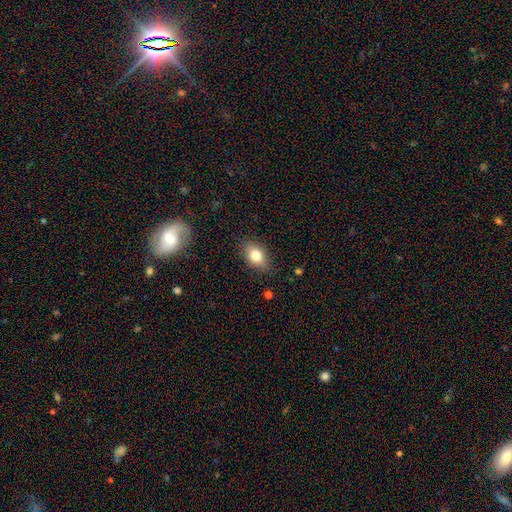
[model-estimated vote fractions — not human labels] Smooth or featured?
  - smooth: 79% *
  - featured or disk: 12%
  - star or artifact: 8%
How rounded?
  - in between: 83% *
  - round: 14%
  - cigar-shaped: 3%
Merging?
  - none: 83% *
  - minor disturbance: 13%
  - major disturbance: 3%
  - merger: 1%